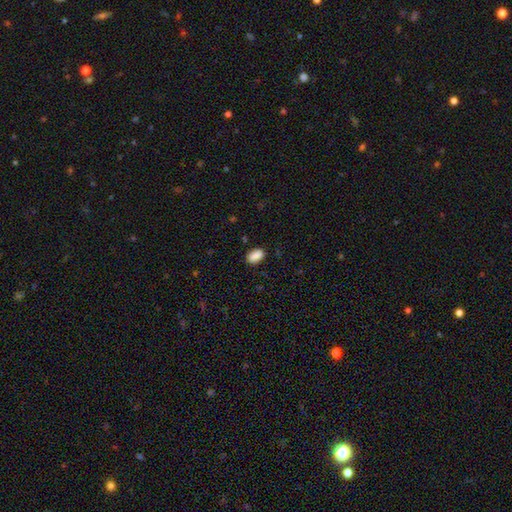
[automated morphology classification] Smooth or featured: smooth — 88% (star or artifact — 8%)
How rounded: in between — 90% (round — 8%)
Merging: none — 83% (minor disturbance — 13%)